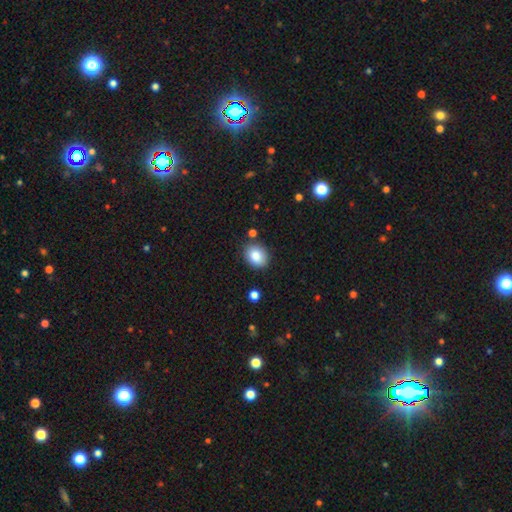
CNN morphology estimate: Smooth or featured? smooth (86%)
How rounded? in between (60%)
Merging? none (82%)